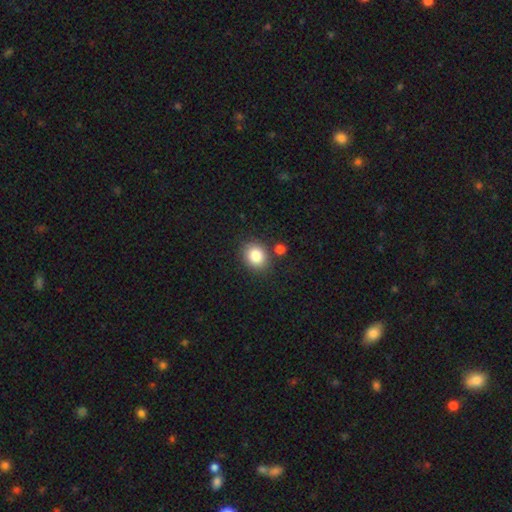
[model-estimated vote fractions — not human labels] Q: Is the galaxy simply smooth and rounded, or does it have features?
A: smooth — 84%.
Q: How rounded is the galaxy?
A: round — 65%.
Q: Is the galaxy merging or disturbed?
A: none — 80%.